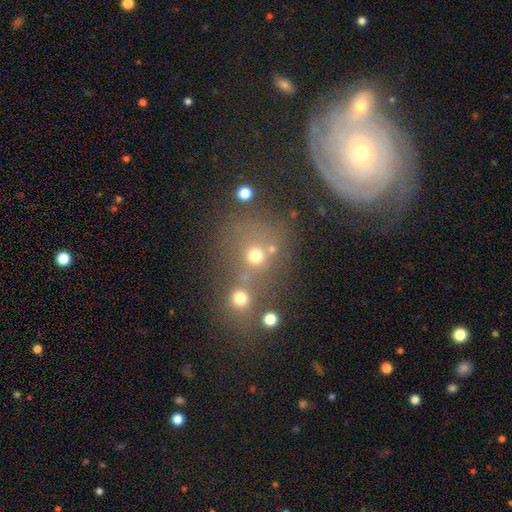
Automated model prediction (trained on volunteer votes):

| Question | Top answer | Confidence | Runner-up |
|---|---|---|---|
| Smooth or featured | smooth | 66% | star or artifact (22%) |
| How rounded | round | 80% | in between (19%) |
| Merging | none | 50% | merger (36%) |